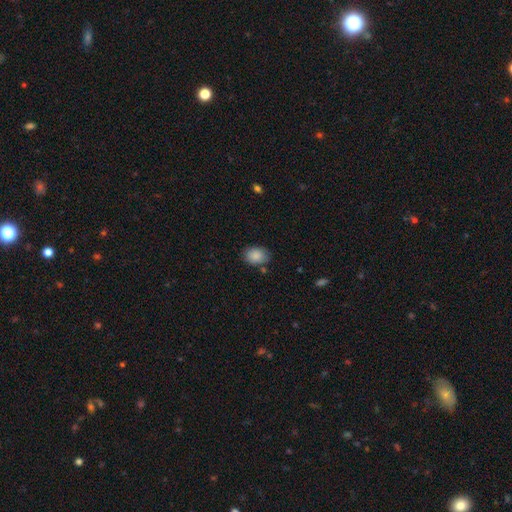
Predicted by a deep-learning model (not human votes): Overall: smooth (88%). How rounded: in between (77%). Merging: none (77%).